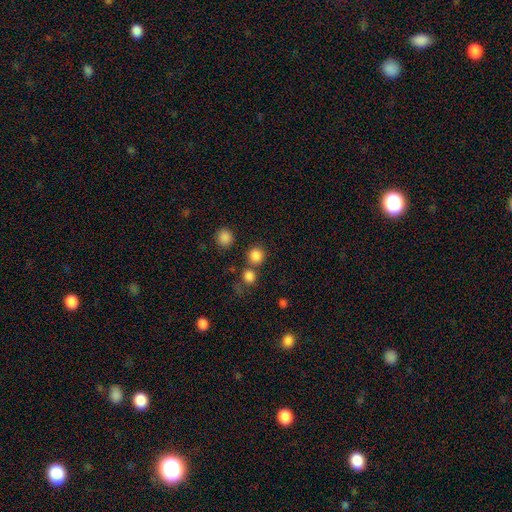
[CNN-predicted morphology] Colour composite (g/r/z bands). It shows a smooth galaxy with no disk features (83%) that is round (90%). Merging: none (70%).